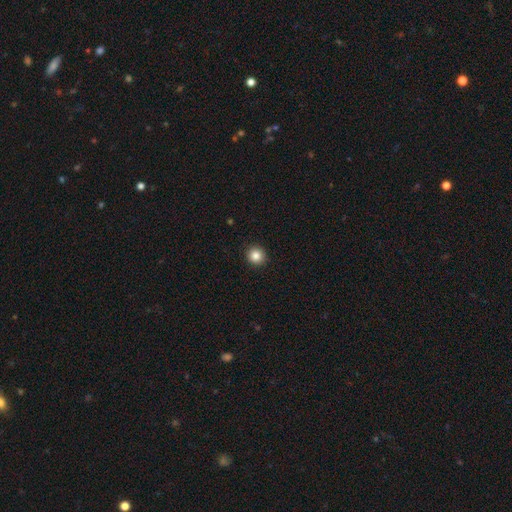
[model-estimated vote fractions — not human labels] Morphology: type=smooth (85%); roundness=round (93%); merging=none (93%).